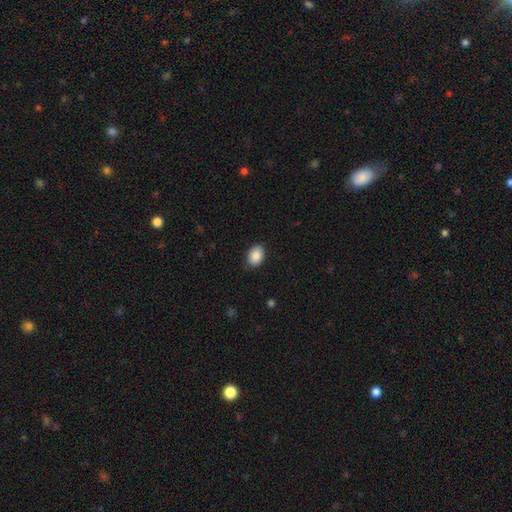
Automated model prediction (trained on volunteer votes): Q: Smooth or featured?
A: smooth (89%); runner-up: star or artifact (7%)
Q: How rounded?
A: in between (76%); runner-up: round (23%)
Q: Merging?
A: none (86%); runner-up: minor disturbance (11%)